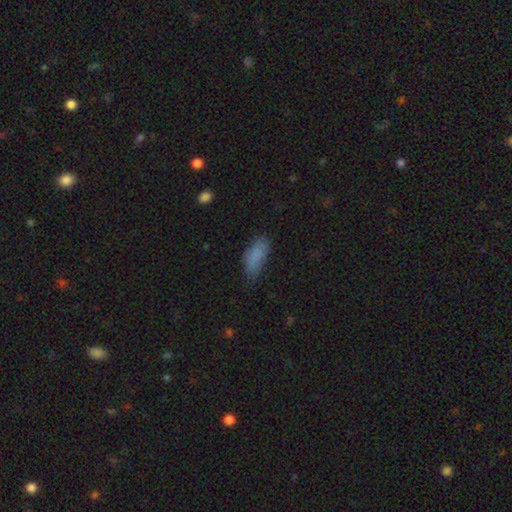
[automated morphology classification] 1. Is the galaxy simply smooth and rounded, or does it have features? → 83% smooth, 9% star or artifact, 8% featured or disk.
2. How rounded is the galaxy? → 83% in between, 15% cigar-shaped, 2% round.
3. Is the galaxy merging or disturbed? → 56% none, 32% minor disturbance, 10% major disturbance, 2% merger.